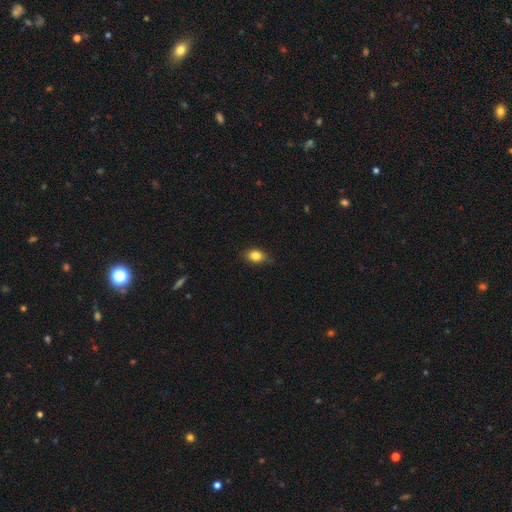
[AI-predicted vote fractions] Smooth or featured? smooth (82%)
How rounded? in between (73%)
Merging? none (73%)